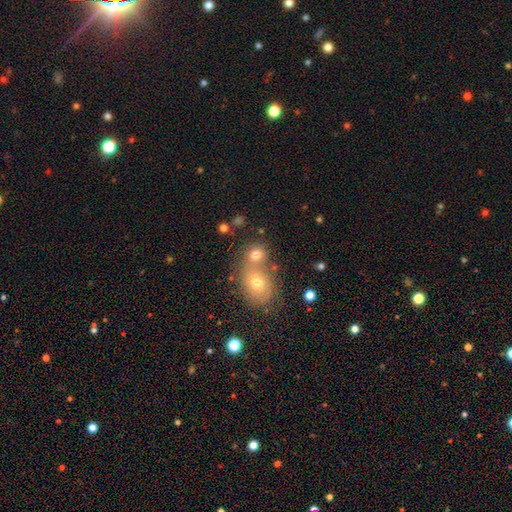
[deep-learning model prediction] This appears to be a smooth galaxy with no disk features (62%) that is round (63%). Merging: merger (46%).